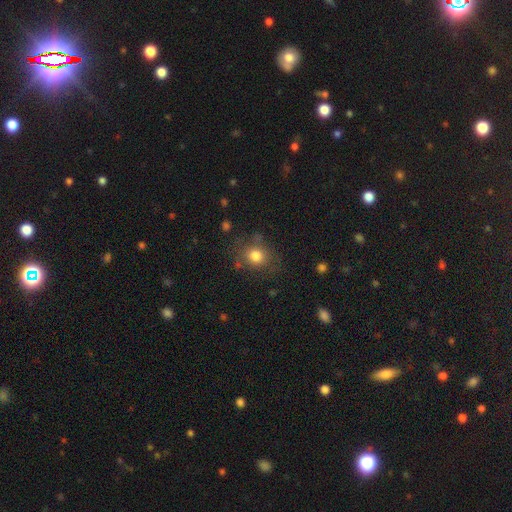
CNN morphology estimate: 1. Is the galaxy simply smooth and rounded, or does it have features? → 79% smooth, 11% star or artifact, 9% featured or disk.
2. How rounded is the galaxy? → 73% round, 27% in between, 1% cigar-shaped.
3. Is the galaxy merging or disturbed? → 74% none, 17% minor disturbance, 7% major disturbance, 3% merger.